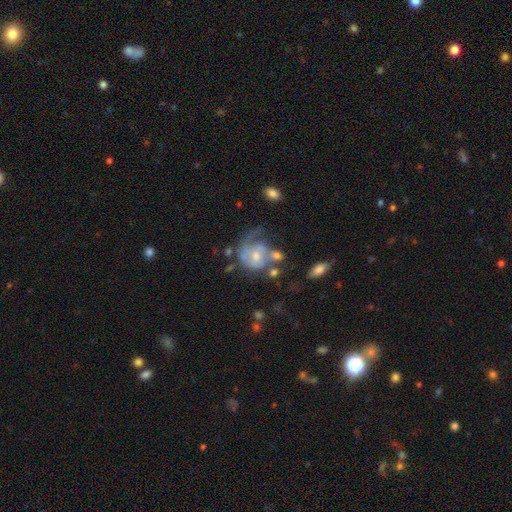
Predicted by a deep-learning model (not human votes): Overall: featured or disk (64%; smooth 27%). Edge-on disk: no (97%). Bar: no (59%; weak 34%). Spiral arms: yes (69%; no 31%). Bulge size: moderate (48%; small 40%). Merging: major disturbance (36%; none 26%).